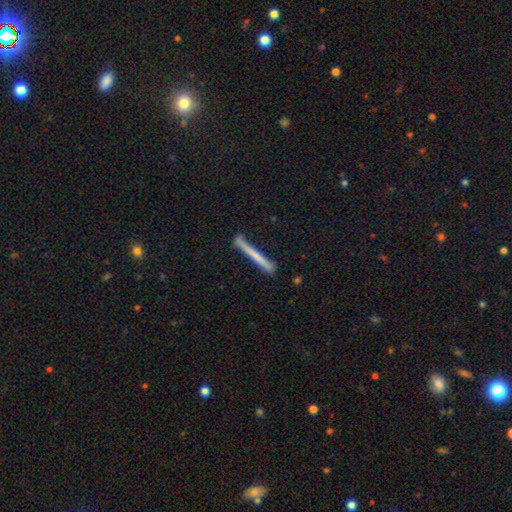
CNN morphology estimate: smooth-or-featured: smooth: 61% | featured or disk: 33% | star or artifact: 6%
  how-rounded: cigar-shaped: 97% | in between: 2% | round: 1%
  merging: none: 77% | minor disturbance: 16% | major disturbance: 3% | merger: 3%